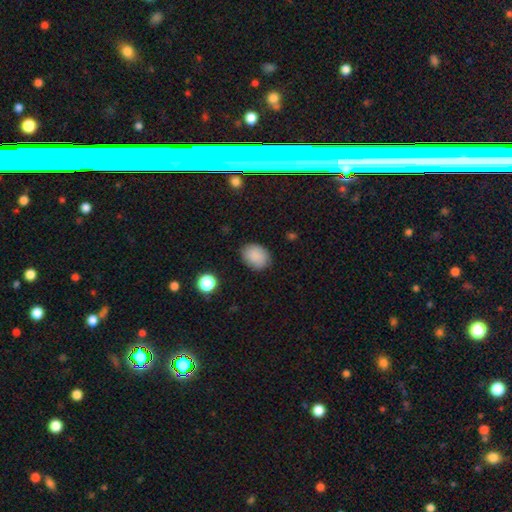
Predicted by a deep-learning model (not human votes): The model was most divided on "how rounded": in between: 64%, round: 35%, cigar-shaped: 1%. More confident: smooth or featured — smooth (88%); merging — none (84%).